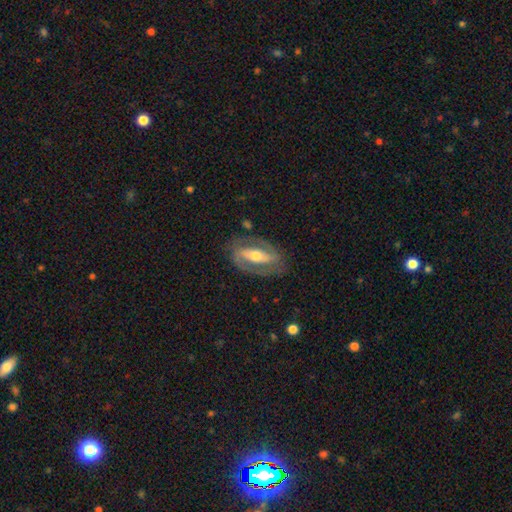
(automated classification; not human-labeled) Smooth or featured: featured or disk — 81% (smooth — 14%)
Edge-on disk: no — 91% (yes — 9%)
Bar: strong — 61% (weak — 22%)
Spiral arms: yes — 79% (no — 21%)
Spiral winding: medium — 45% (tight — 39%)
Spiral arm count: 2 — 86% (can't tell — 7%)
Bulge size: moderate — 65% (small — 25%)
Merging: none — 79% (minor disturbance — 13%)